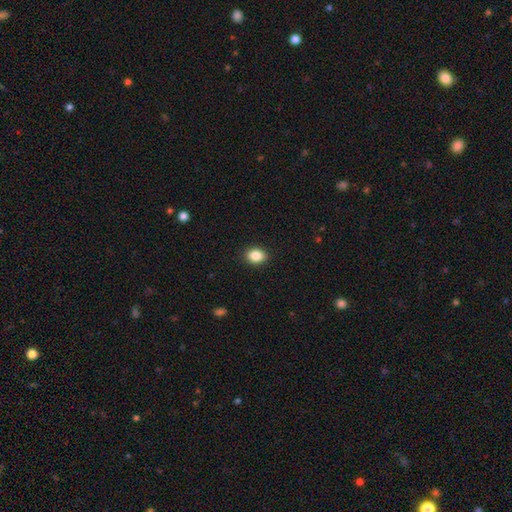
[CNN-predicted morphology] Q: Smooth or featured?
A: smooth (86%); runner-up: star or artifact (9%)
Q: How rounded?
A: in between (62%); runner-up: round (37%)
Q: Merging?
A: none (90%); runner-up: minor disturbance (7%)